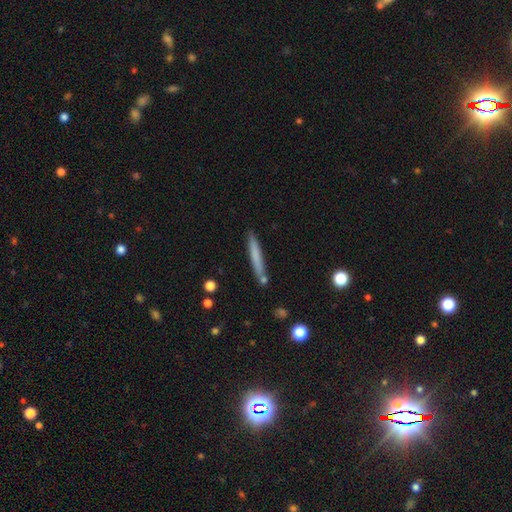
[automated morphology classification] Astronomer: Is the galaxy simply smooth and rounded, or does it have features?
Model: smooth — 67%.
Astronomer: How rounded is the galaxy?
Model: cigar-shaped — 96%.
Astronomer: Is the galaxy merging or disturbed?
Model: none — 82%.